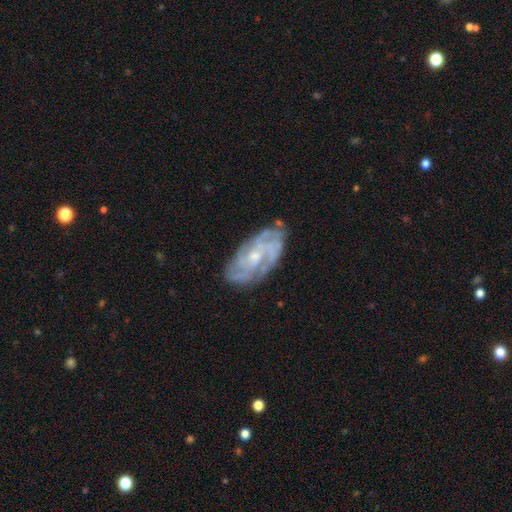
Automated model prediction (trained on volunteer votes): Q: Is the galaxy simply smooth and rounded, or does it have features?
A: featured or disk — 82%.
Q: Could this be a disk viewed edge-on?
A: no — 94%.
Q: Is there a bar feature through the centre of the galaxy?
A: no — 67%.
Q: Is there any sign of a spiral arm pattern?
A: yes — 94%.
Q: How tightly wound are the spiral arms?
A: tight — 61%.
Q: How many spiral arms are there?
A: can't tell — 35%.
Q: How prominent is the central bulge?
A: small — 54%.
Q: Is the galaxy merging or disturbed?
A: none — 76%.